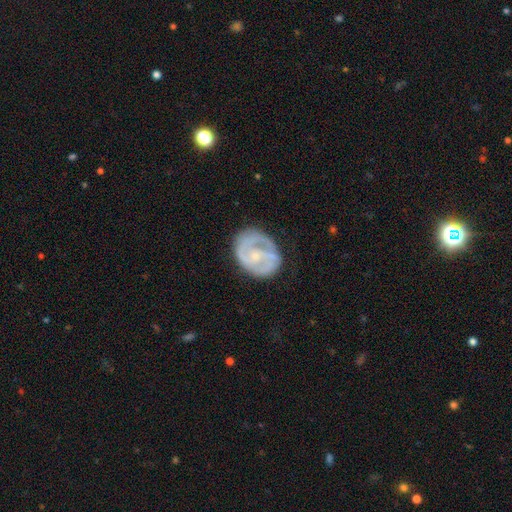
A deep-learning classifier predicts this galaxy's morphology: type=featured or disk (79%); edge-on=no (98%); bar=no (51%); spiral arms=yes (88%); winding=tight (45%); arm count=2 (65%); bulge=small (68%); merging=none (72%).